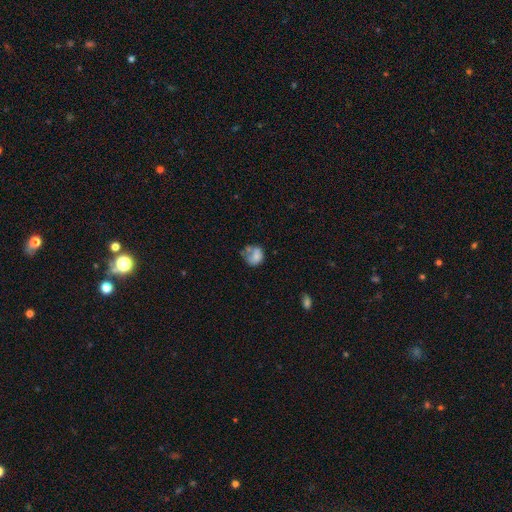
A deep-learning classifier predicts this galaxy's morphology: This appears to be a smooth galaxy with no disk features (69%) that is round (56%). Merging: none (30%).